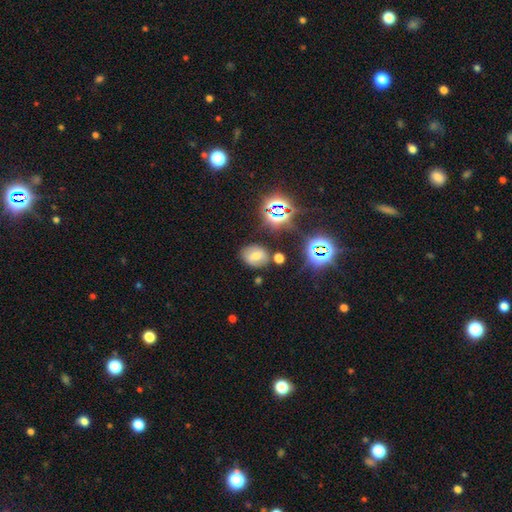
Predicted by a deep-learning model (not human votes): Overall: smooth (45%; star or artifact 29%). Merging: none (78%).